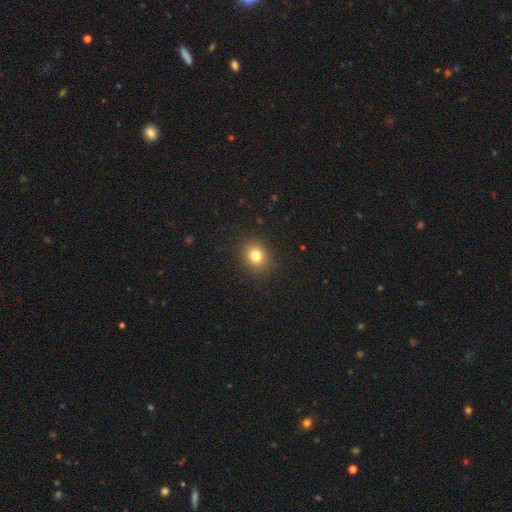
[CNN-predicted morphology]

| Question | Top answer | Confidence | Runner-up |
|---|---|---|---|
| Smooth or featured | smooth | 79% | star or artifact (12%) |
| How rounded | round | 65% | in between (34%) |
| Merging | none | 89% | minor disturbance (7%) |